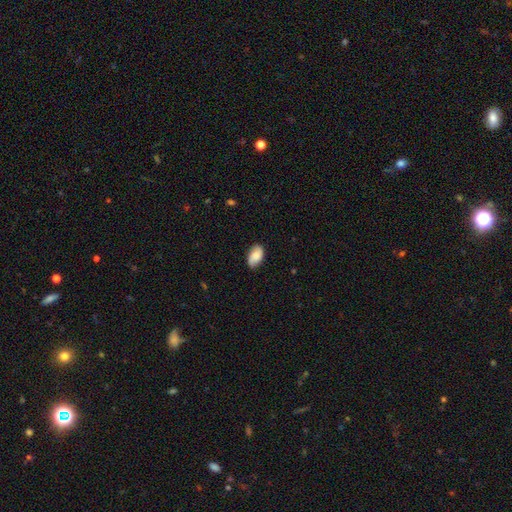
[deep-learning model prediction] Smooth or featured? smooth (68%)
How rounded? in between (93%)
Merging? none (80%)